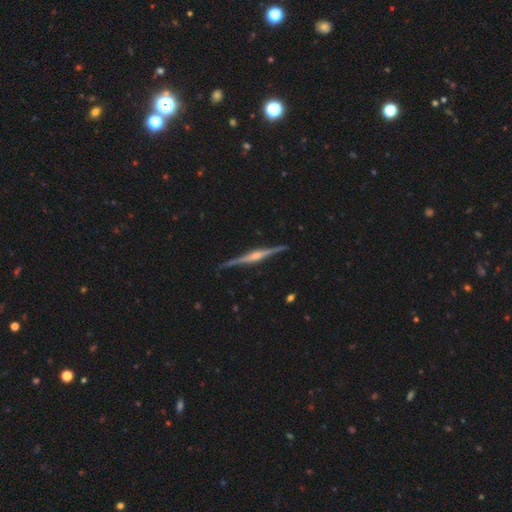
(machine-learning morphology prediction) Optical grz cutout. It shows a featured or disk galaxy (87%) viewed edge-on (98%) with a rounded central bulge (77%). Merging: none (88%).